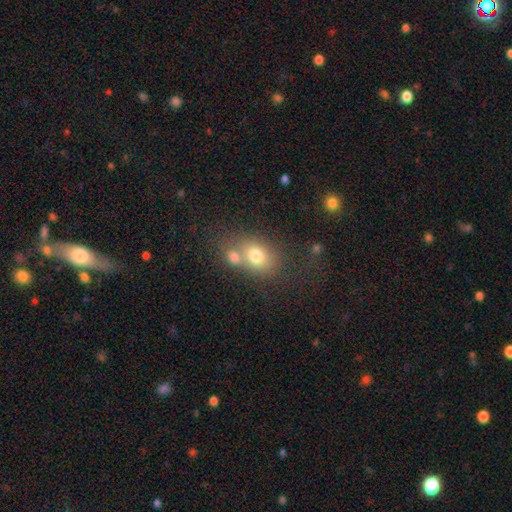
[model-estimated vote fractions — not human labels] A smooth galaxy with no disk features (73%) that is in between round and cigar-shaped (62%).

Vote fractions:
- Smooth or featured? smooth: 73% / featured or disk: 16% / star or artifact: 11%
- How rounded? in between: 62% / round: 37% / cigar-shaped: 1%
- Merging? merger: 46% / none: 38% / minor disturbance: 11% / major disturbance: 5%